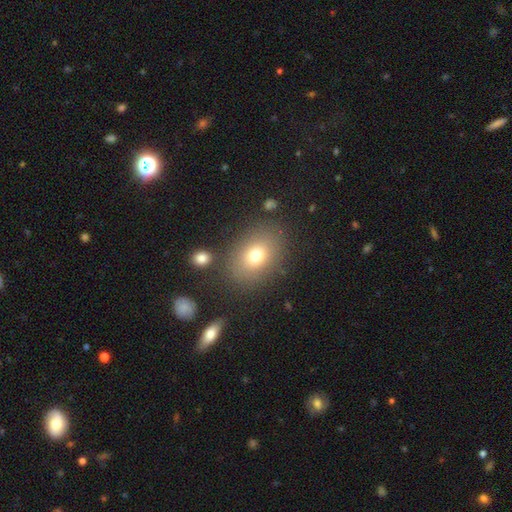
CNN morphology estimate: A smooth galaxy with no disk features (73%) that is in between round and cigar-shaped (68%).

Vote fractions:
- Smooth or featured? smooth: 73% / featured or disk: 14% / star or artifact: 13%
- How rounded? in between: 68% / round: 31% / cigar-shaped: 1%
- Merging? none: 80% / minor disturbance: 11% / major disturbance: 5% / merger: 4%